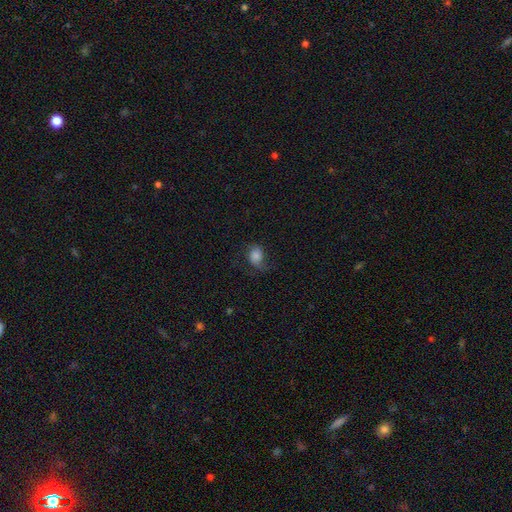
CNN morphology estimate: The model was most divided on "how rounded": round: 50%, in between: 49%, cigar-shaped: 1%. More confident: smooth or featured — smooth (58%); merging — none (51%).